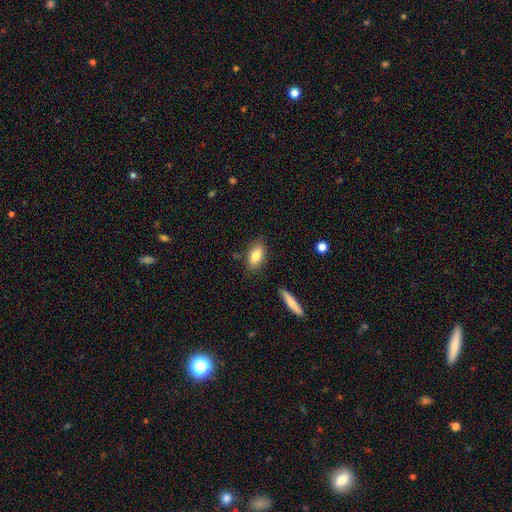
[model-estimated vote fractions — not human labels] smooth 78%, featured or disk 15%, star or artifact 7%. Down the decision tree: how rounded — in between (84%); merging — none (81%).